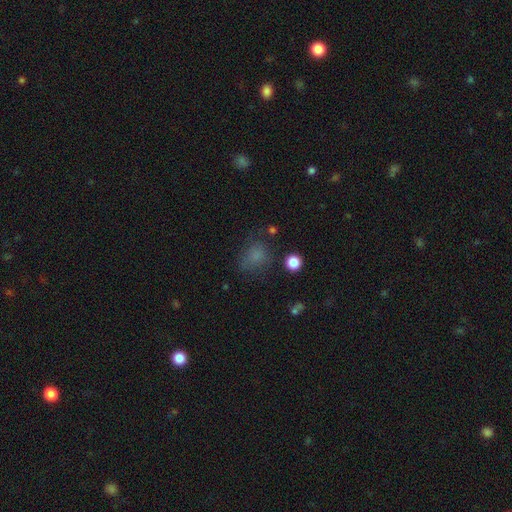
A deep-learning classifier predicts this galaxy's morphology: type=smooth (72%); roundness=round (54%); merging=none (59%).